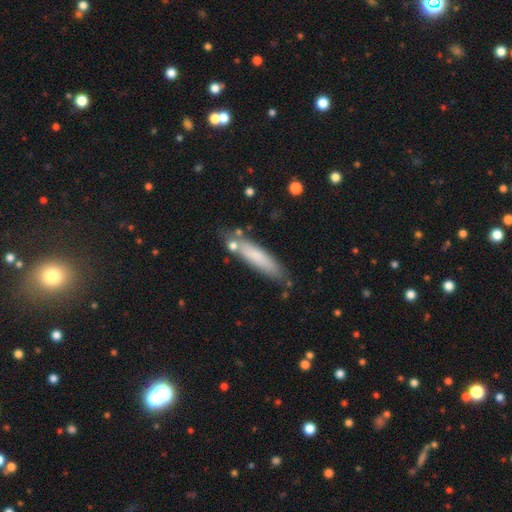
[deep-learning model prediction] Overall: smooth (74%). How rounded: cigar-shaped (80%). Merging: none (73%).